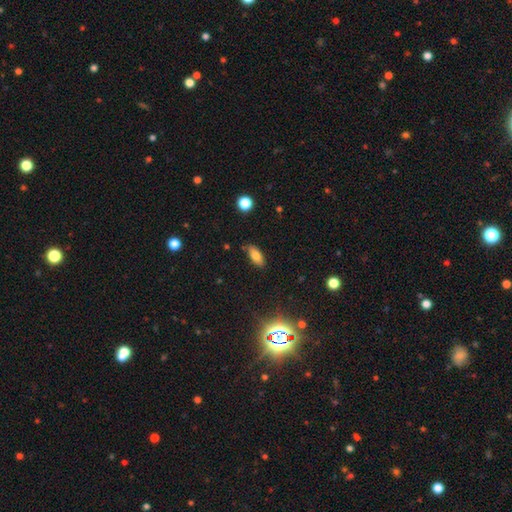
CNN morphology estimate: Smooth or featured: smooth — 75% (featured or disk — 14%)
How rounded: in between — 80% (cigar-shaped — 17%)
Merging: none — 82% (minor disturbance — 13%)